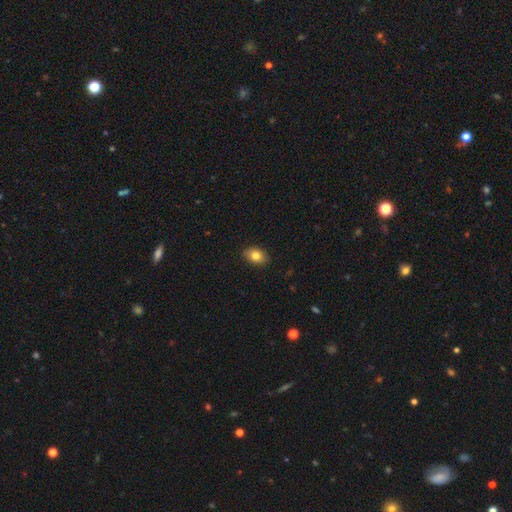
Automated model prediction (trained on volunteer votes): This appears to be a smooth galaxy with no disk features (82%) that is in between round and cigar-shaped (74%). Merging: none (87%).